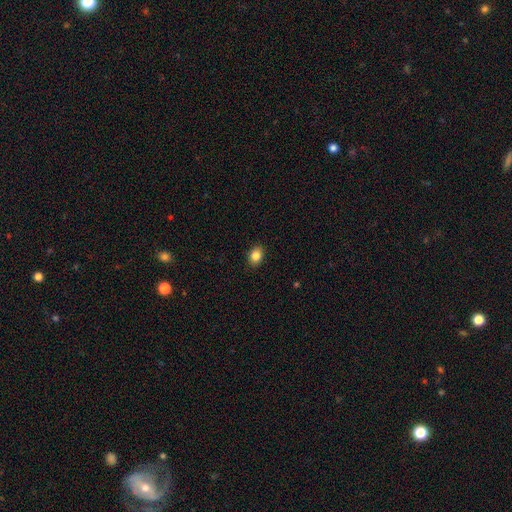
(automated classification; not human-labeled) A smooth galaxy with no disk features (86%) that is in between round and cigar-shaped (60%). Merging: none (90%).